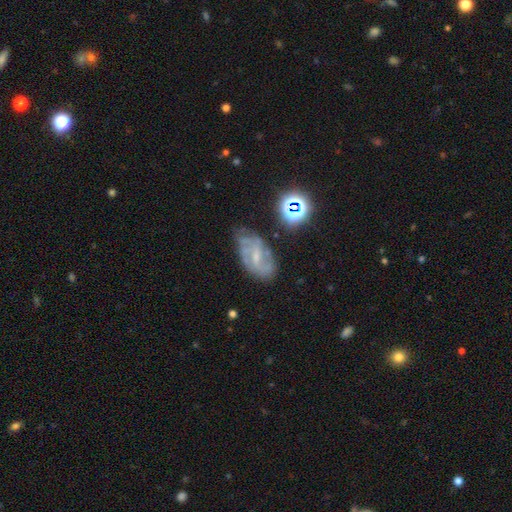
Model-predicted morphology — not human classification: type=featured or disk (69%); edge-on=no (96%); bar=weak (54%); spiral arms=yes (87%); winding=medium (45%); arm count=2 (45%); bulge=small (58%); merging=none (58%).